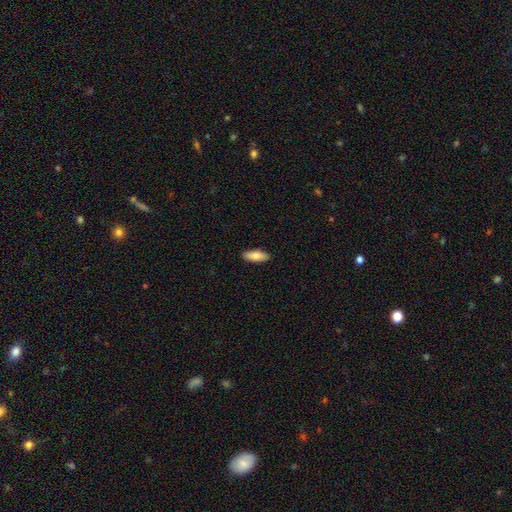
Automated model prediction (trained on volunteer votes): A smooth galaxy with no disk features (85%) that is in between round and cigar-shaped (70%).

Vote fractions:
- Smooth or featured? smooth: 85% / featured or disk: 10% / star or artifact: 6%
- How rounded? in between: 70% / cigar-shaped: 28% / round: 2%
- Merging? none: 90% / minor disturbance: 8% / major disturbance: 2% / merger: 1%